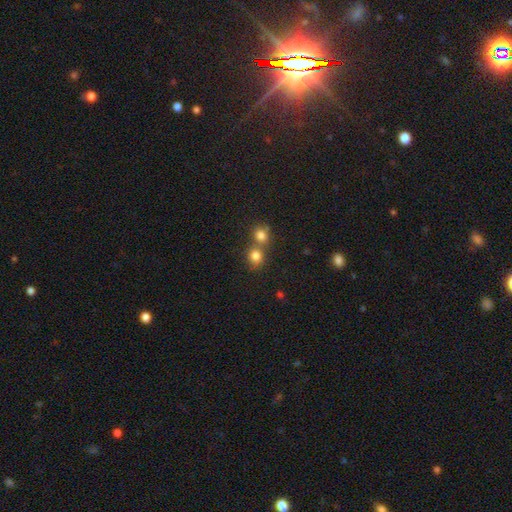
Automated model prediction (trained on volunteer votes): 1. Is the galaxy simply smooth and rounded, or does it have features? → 81% smooth, 12% star or artifact, 7% featured or disk.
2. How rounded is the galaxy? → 81% round, 18% in between, 1% cigar-shaped.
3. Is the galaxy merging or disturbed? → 46% merger (tied), 46% none (tied), 6% minor disturbance, 2% major disturbance.